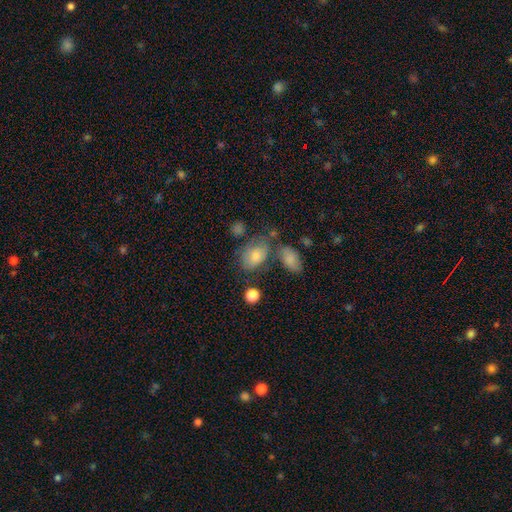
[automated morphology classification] A smooth galaxy with no disk features (71%) that is in between round and cigar-shaped (78%). Merging: none (50%).